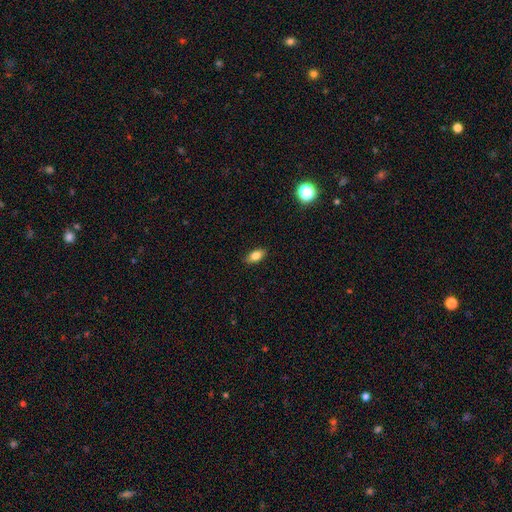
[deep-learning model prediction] smooth_or_featured: smooth (p=0.81) [alt: featured or disk p=0.11]
how_rounded: in between (p=0.87) [alt: cigar-shaped p=0.08]
merging: none (p=0.88) [alt: minor disturbance p=0.09]